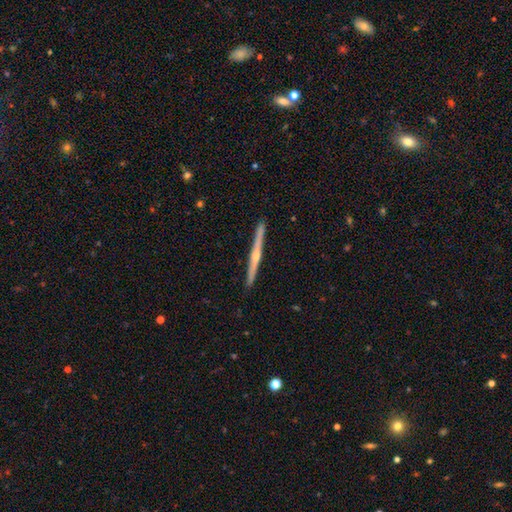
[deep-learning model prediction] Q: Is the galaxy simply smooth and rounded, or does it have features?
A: featured or disk — 77%.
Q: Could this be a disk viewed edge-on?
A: yes — 98%.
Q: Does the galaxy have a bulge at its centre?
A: rounded — 78%.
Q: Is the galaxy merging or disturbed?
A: none — 93%.